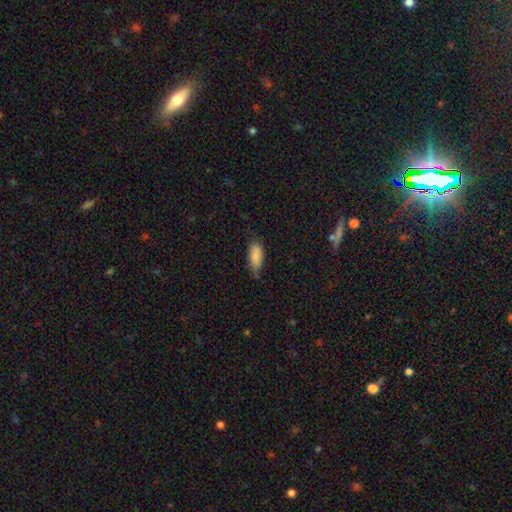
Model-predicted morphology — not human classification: A smooth galaxy with no disk features (84%) that is in between round and cigar-shaped (87%).

Vote fractions:
- Smooth or featured? smooth: 84% / featured or disk: 9% / star or artifact: 7%
- How rounded? in between: 87% / cigar-shaped: 11% / round: 2%
- Merging? none: 53% / minor disturbance: 37% / major disturbance: 9% / merger: 2%